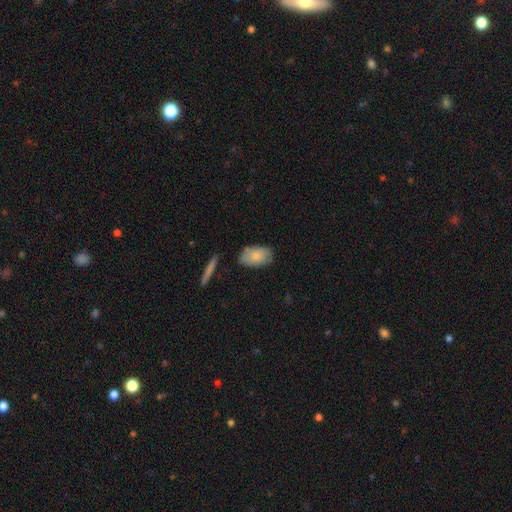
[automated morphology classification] smooth 81%, featured or disk 13%, star or artifact 6%. Down the decision tree: how rounded — in between (92%); merging — none (78%).